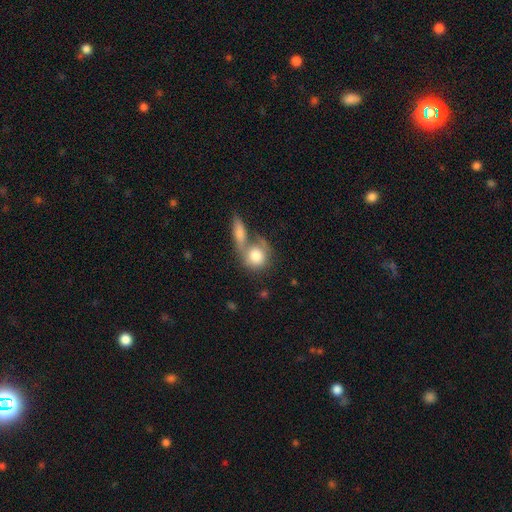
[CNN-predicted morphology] smooth_or_featured: smooth (p=0.77) [alt: featured or disk p=0.17]
how_rounded: round (p=0.73) [alt: in between p=0.23]
merging: merger (p=0.55) [alt: none p=0.28]